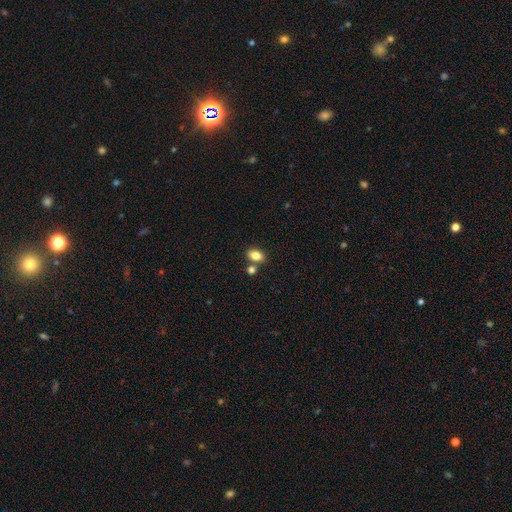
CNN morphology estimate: A smooth galaxy with no disk features (83%) that is in between round and cigar-shaped (80%). Merging: none (67%).